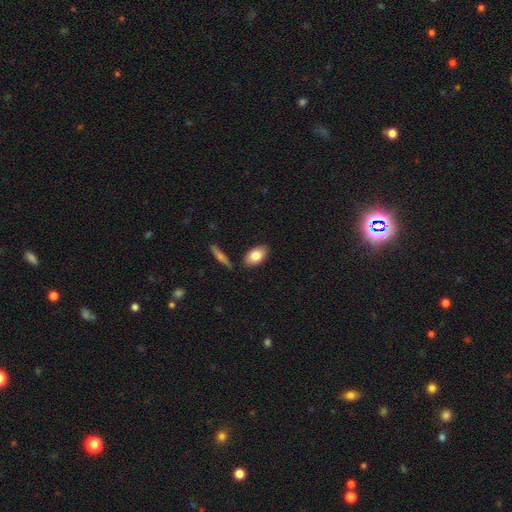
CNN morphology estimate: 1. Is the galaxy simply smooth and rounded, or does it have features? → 79% smooth, 14% featured or disk, 6% star or artifact.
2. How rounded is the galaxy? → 91% in between, 6% round, 3% cigar-shaped.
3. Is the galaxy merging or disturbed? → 84% none, 11% minor disturbance, 4% merger, 2% major disturbance.